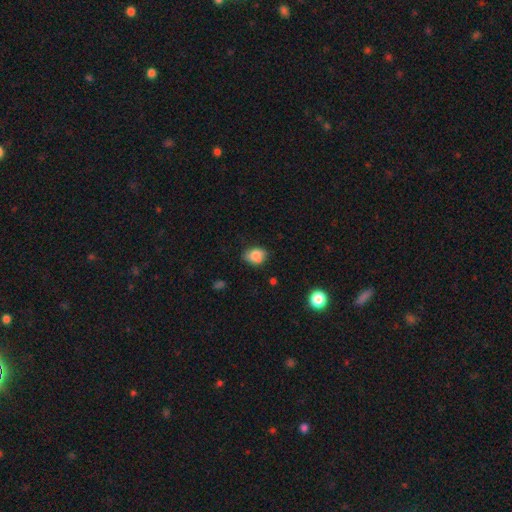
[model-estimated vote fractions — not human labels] Overall: smooth (84%). How rounded: in between (59%; round 40%). Merging: none (70%).